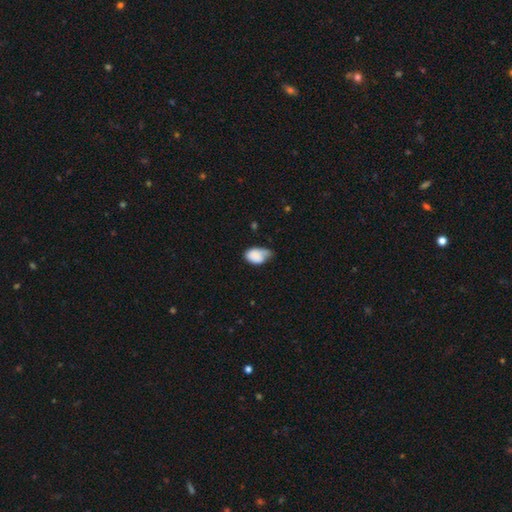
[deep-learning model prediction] smooth_or_featured: smooth (p=0.79) [alt: featured or disk p=0.14]
how_rounded: in between (p=0.87) [alt: round p=0.11]
merging: minor disturbance (p=0.46) [alt: none p=0.28]